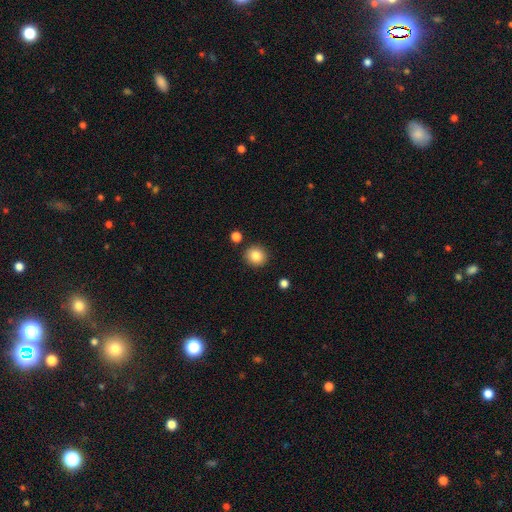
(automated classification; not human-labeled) Smooth or featured? smooth (84%)
How rounded? round (92%)
Merging? none (90%)